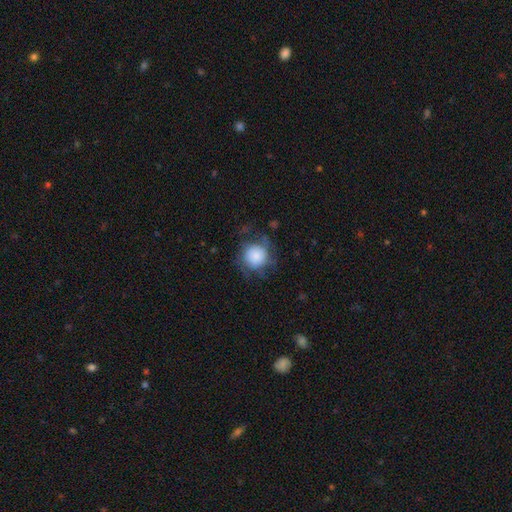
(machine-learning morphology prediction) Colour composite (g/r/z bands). It shows a smooth galaxy with no disk features (67%) that is round (89%). Merging: none (58%).